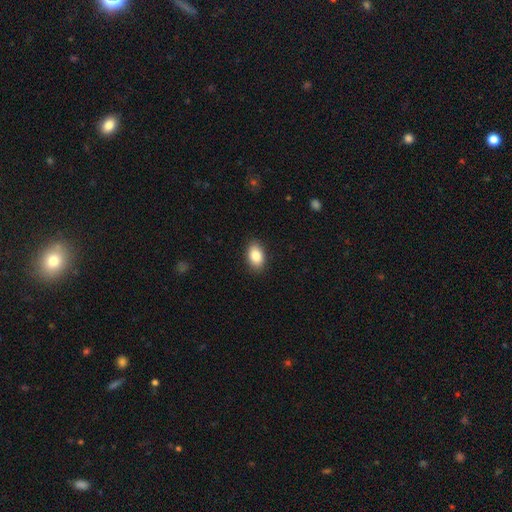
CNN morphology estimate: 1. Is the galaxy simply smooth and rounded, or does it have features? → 86% smooth, 7% star or artifact, 6% featured or disk.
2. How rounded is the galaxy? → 89% in between, 10% round, 1% cigar-shaped.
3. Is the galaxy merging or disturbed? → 88% none, 9% minor disturbance, 2% major disturbance, 1% merger.